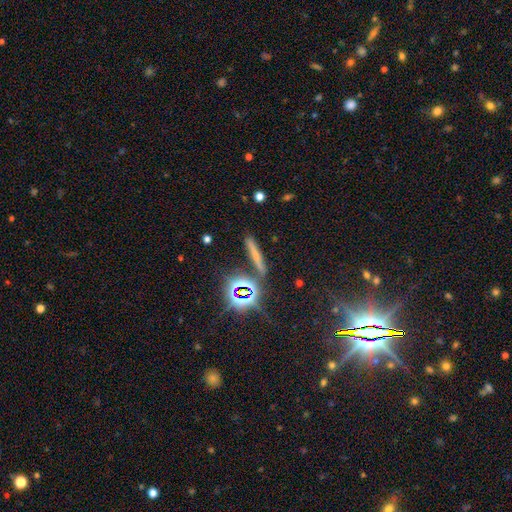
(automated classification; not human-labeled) The model was most divided on "smooth or featured": smooth: 45%, star or artifact: 33%, featured or disk: 22%. More confident: merging — none (81%).